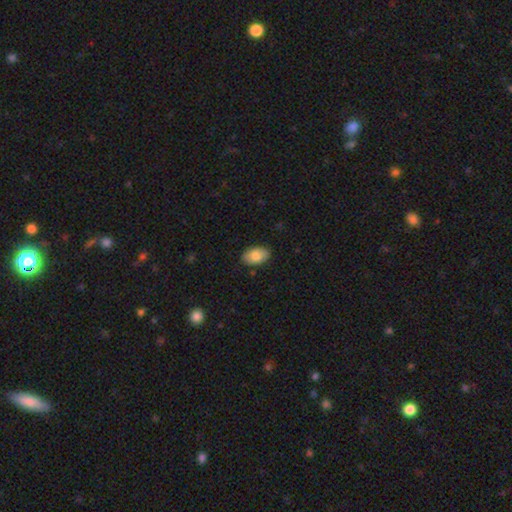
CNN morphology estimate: This is likely a smooth galaxy (79%). How rounded: clearly in between (91%). Merging: clearly none (86%).